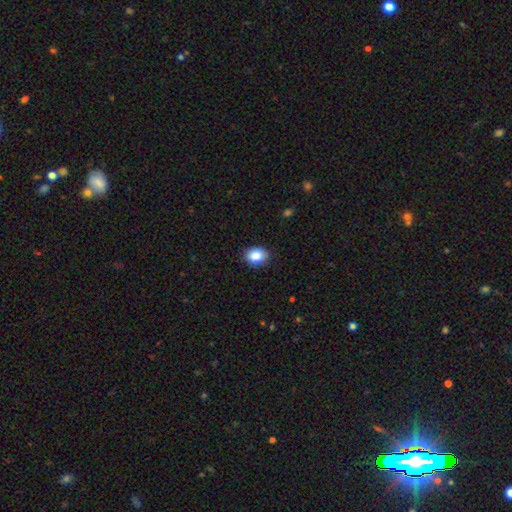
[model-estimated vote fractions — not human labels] This is clearly a smooth galaxy (87%). How rounded: likely in between (64%). Merging: clearly none (88%).